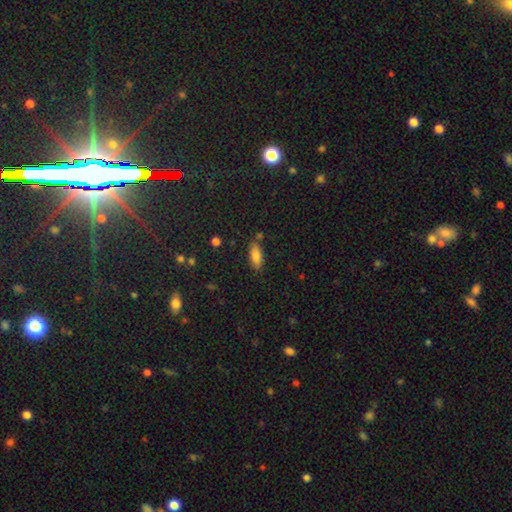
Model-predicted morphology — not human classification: smooth 80%, featured or disk 11%, star or artifact 9%. Down the decision tree: how rounded — in between (80%); merging — none (80%).